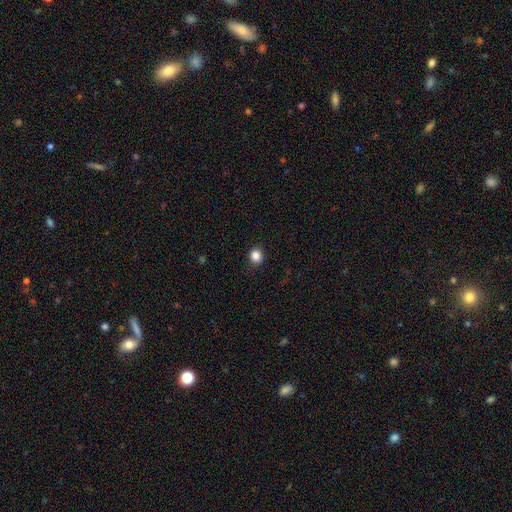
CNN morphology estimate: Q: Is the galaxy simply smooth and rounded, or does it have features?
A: smooth — 85%.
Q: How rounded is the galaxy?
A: round — 73%.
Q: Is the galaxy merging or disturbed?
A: none — 89%.